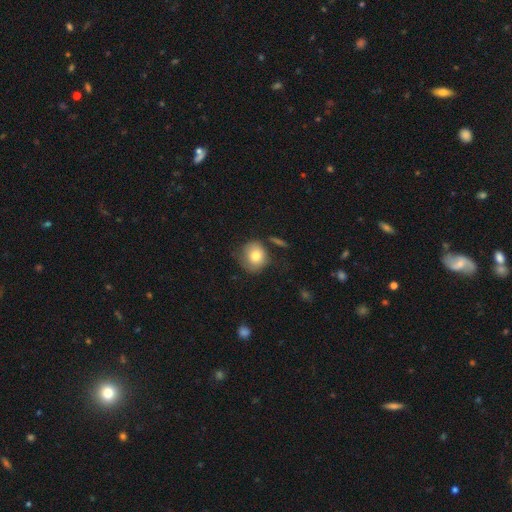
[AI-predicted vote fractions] A smooth galaxy with no disk features (77%) that is round (84%). Merging: none (66%).